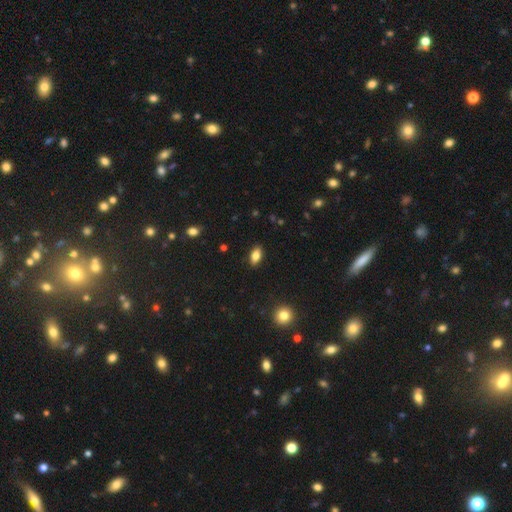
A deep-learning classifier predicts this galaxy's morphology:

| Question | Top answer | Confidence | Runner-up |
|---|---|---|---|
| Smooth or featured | smooth | 81% | featured or disk (10%) |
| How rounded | in between | 89% | cigar-shaped (6%) |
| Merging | none | 89% | minor disturbance (8%) |